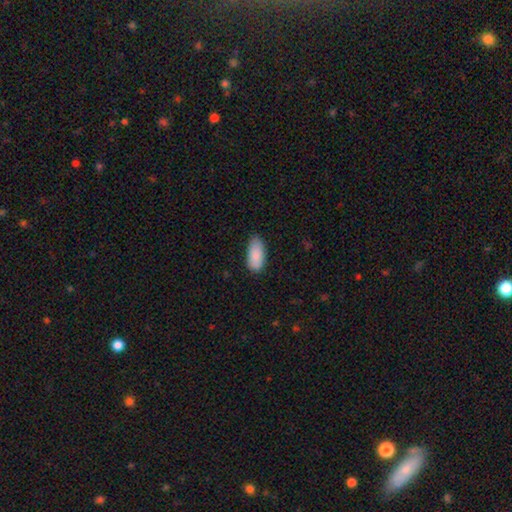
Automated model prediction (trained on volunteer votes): Q: Smooth or featured?
A: smooth (87%); runner-up: featured or disk (7%)
Q: How rounded?
A: in between (91%); runner-up: cigar-shaped (7%)
Q: Merging?
A: none (74%); runner-up: minor disturbance (22%)